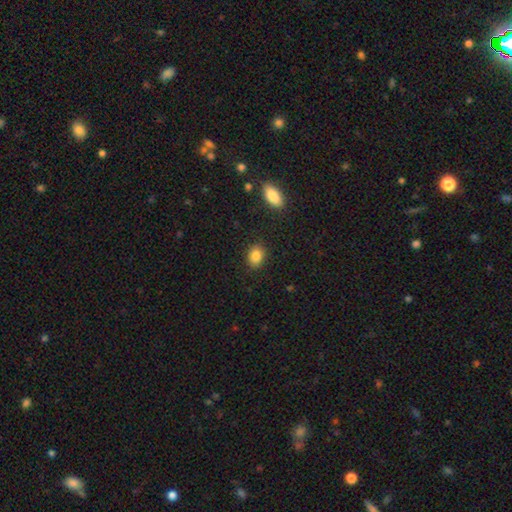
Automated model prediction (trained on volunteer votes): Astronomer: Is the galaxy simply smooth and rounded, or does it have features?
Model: smooth — 86%.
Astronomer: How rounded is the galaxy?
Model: in between — 63%.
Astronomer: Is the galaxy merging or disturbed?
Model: none — 86%.